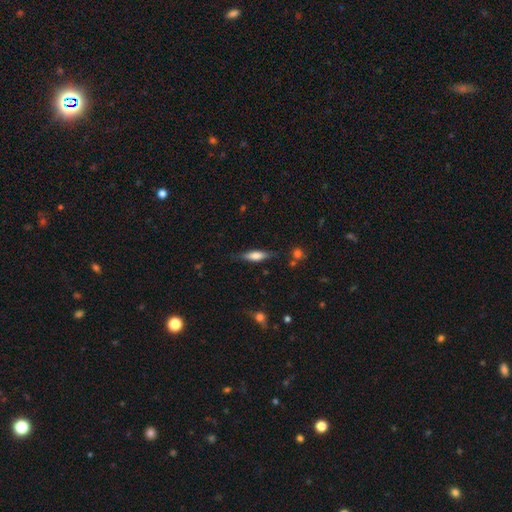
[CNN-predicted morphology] A smooth galaxy with no disk features (63%) that is cigar-shaped (55%).

Vote fractions:
- Smooth or featured? smooth: 63% / featured or disk: 30% / star or artifact: 7%
- How rounded? cigar-shaped: 55% / in between: 43% / round: 2%
- Merging? none: 78% / minor disturbance: 16% / major disturbance: 4% / merger: 2%